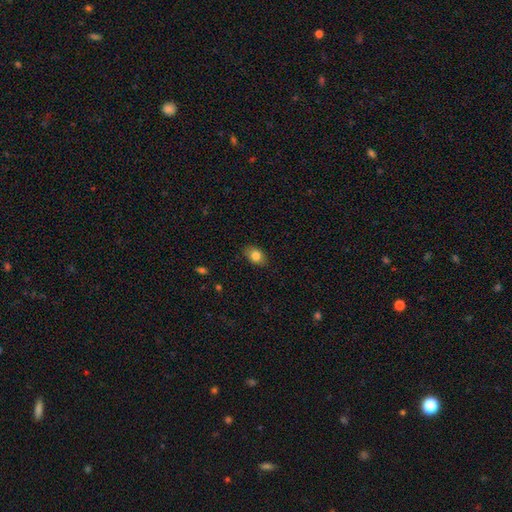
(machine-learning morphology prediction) This is clearly a smooth galaxy (82%). How rounded: likely in between (76%). Merging: clearly none (83%).